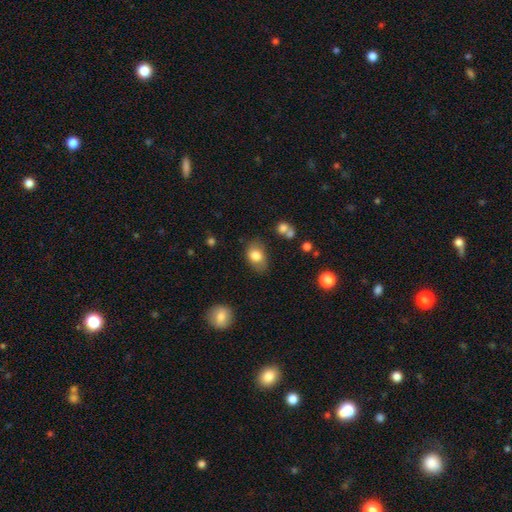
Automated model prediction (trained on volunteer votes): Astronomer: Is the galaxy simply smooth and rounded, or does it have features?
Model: smooth — 80%.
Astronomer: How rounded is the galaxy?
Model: in between — 80%.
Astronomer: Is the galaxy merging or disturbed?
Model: none — 72%.